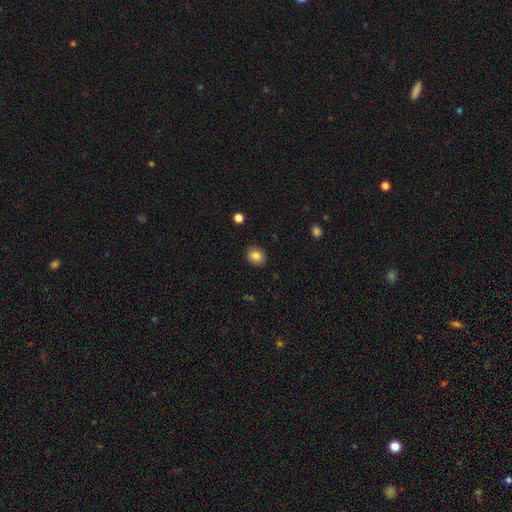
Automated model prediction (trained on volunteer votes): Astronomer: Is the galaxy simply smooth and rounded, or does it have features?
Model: smooth — 83%.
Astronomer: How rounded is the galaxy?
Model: round — 63%.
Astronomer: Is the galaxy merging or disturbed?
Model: none — 90%.